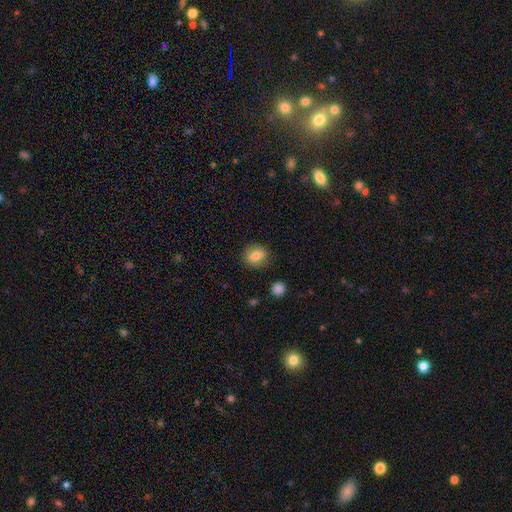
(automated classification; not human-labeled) This appears to be a smooth galaxy with no disk features (79%) that is round (64%). Merging: none (84%).